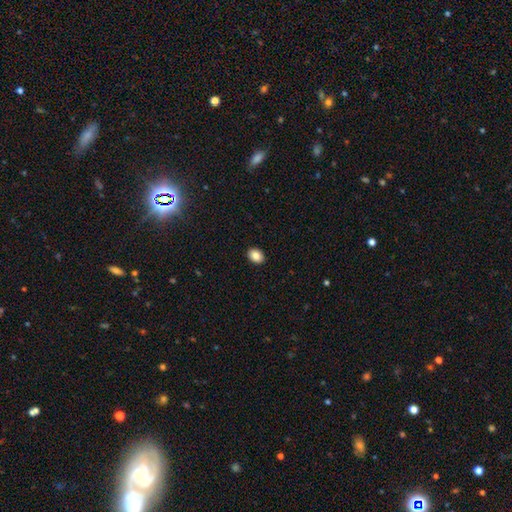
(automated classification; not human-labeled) Overall: smooth (86%). How rounded: in between (70%). Merging: none (91%).